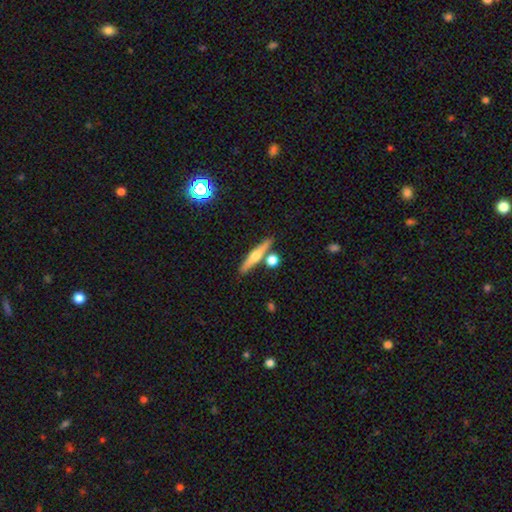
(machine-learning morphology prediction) A featured or disk galaxy (56%) viewed edge-on (95%) with a rounded central bulge (91%). Merging: none (77%).